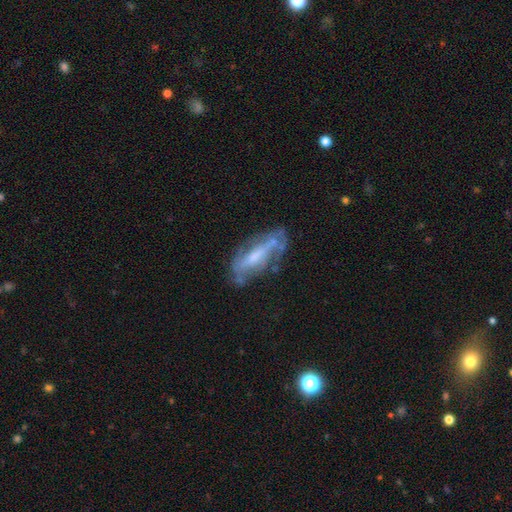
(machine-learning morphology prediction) This appears to be a featured or disk galaxy (67%). Merging: none (57%).